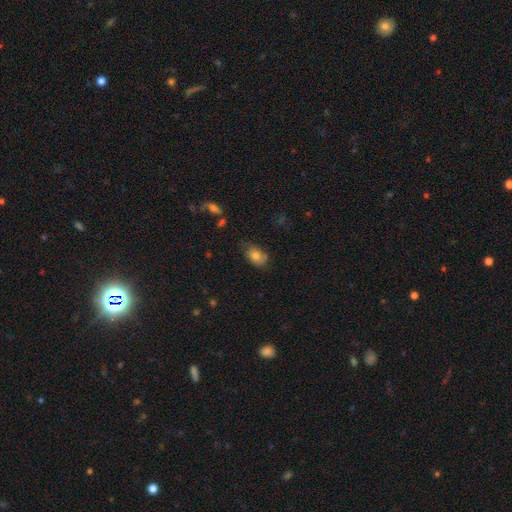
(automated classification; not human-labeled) Q: Smooth or featured?
A: smooth (79%); runner-up: featured or disk (12%)
Q: How rounded?
A: in between (84%); runner-up: round (15%)
Q: Merging?
A: none (65%); runner-up: minor disturbance (27%)